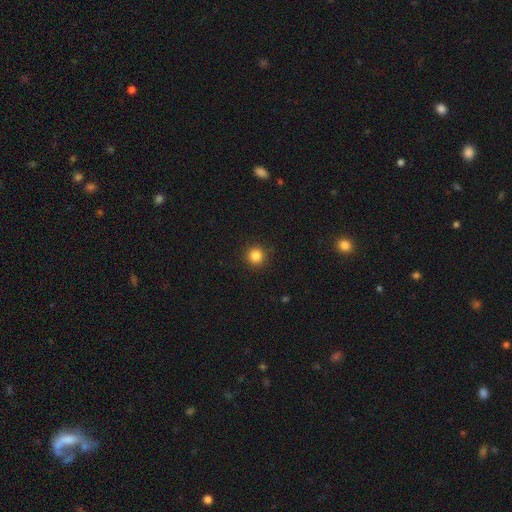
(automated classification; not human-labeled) This appears to be a smooth galaxy with no disk features (84%) that is round (95%). Merging: none (92%).